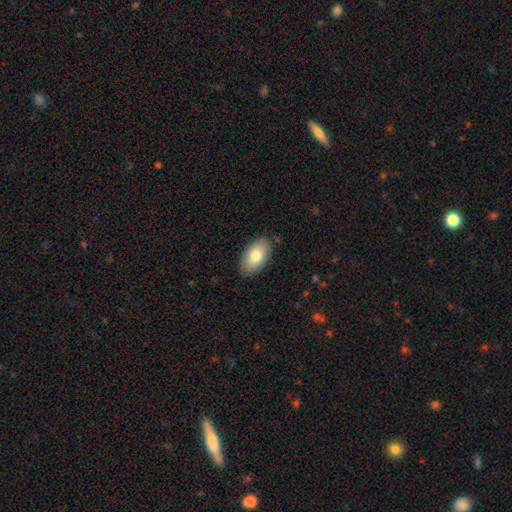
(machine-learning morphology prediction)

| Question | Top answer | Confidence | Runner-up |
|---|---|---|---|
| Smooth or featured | smooth | 79% | featured or disk (14%) |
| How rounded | in between | 94% | round (4%) |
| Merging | none | 87% | minor disturbance (10%) |